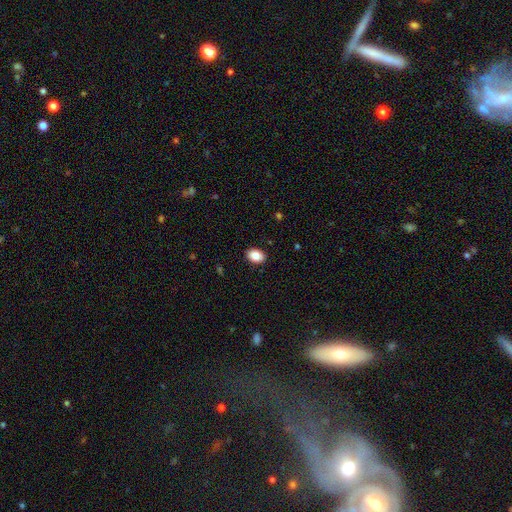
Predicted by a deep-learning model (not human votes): A smooth galaxy with no disk features (87%) that is in between round and cigar-shaped (79%). Merging: none (90%).